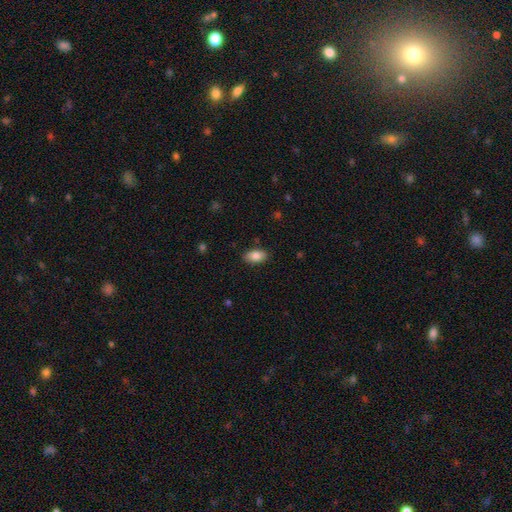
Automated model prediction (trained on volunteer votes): Q: Smooth or featured?
A: smooth (85%); runner-up: featured or disk (8%)
Q: How rounded?
A: in between (92%); runner-up: round (5%)
Q: Merging?
A: none (86%); runner-up: minor disturbance (10%)